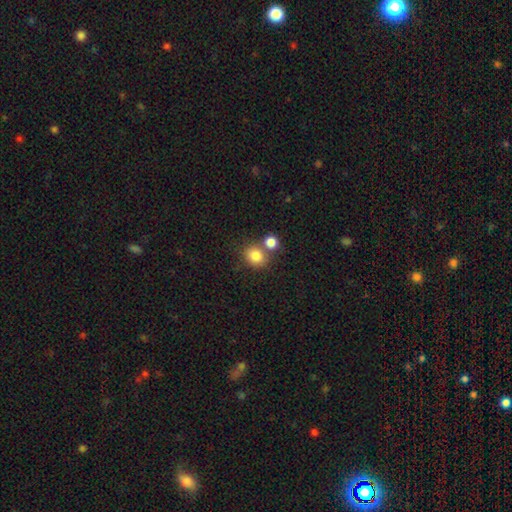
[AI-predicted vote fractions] smooth 82%, star or artifact 11%, featured or disk 6%. Down the decision tree: how rounded — round (72%); merging — none (58%).